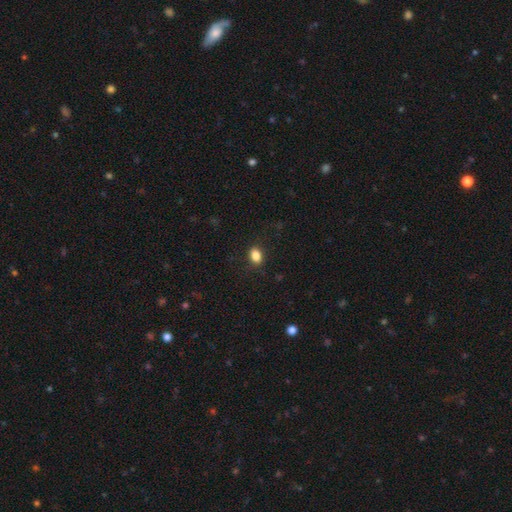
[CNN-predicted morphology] This appears to be a smooth galaxy with no disk features (85%) that is in between round and cigar-shaped (73%). Merging: none (86%).